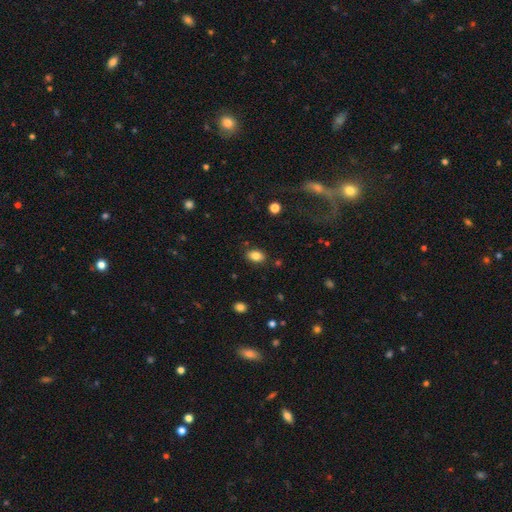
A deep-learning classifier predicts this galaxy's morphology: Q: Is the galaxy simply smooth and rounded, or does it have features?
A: smooth — 83%.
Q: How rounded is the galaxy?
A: in between — 86%.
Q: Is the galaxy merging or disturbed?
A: none — 85%.